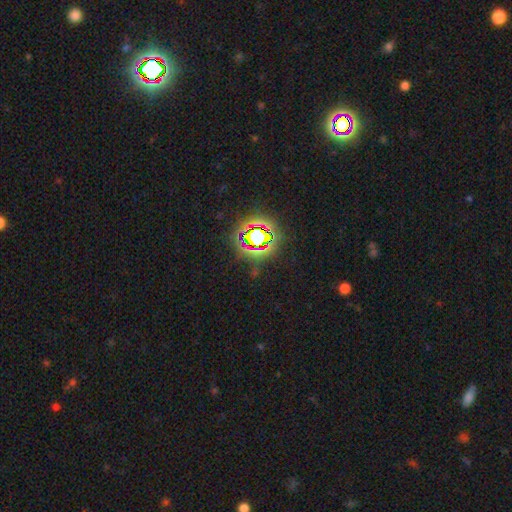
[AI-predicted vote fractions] A star or artifact, not a galaxy (81%).